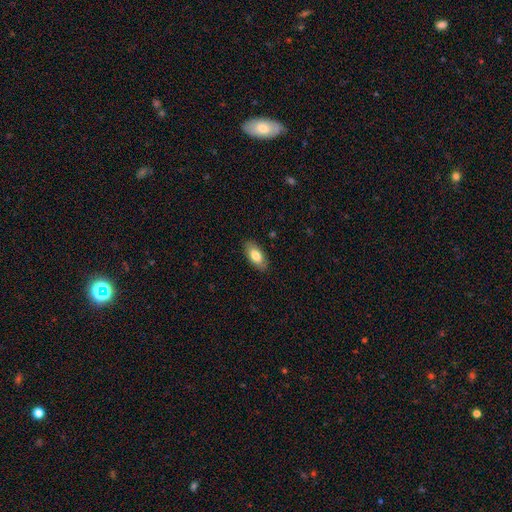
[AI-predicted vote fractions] A smooth galaxy with no disk features (80%) that is in between round and cigar-shaped (90%).

Vote fractions:
- Smooth or featured? smooth: 80% / featured or disk: 14% / star or artifact: 6%
- How rounded? in between: 90% / cigar-shaped: 7% / round: 3%
- Merging? none: 87% / minor disturbance: 10% / major disturbance: 2% / merger: 1%